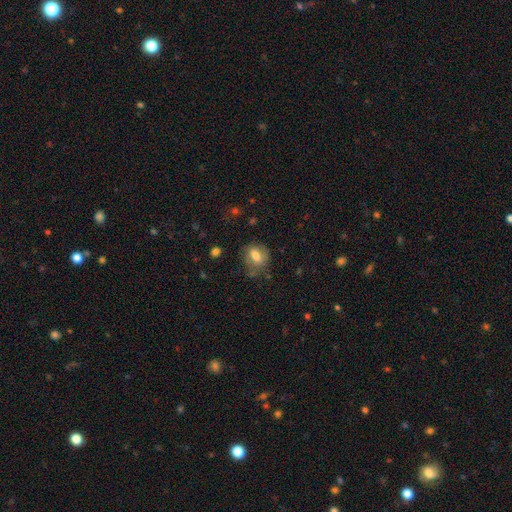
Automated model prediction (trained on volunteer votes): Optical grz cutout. It shows a smooth galaxy with no disk features (69%) that is in between round and cigar-shaped (61%). Merging: none (55%).